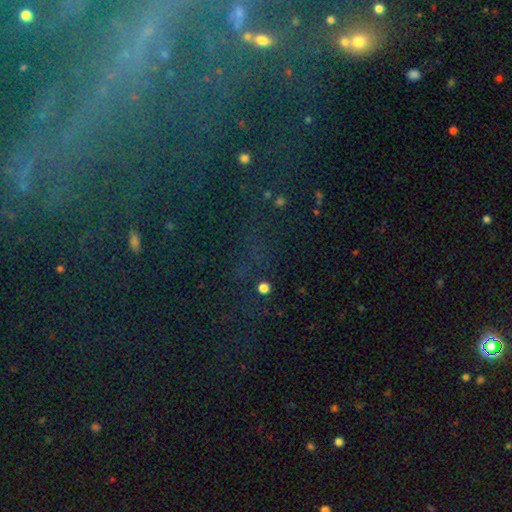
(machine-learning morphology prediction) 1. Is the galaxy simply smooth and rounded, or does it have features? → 55% star or artifact, 29% featured or disk, 15% smooth.